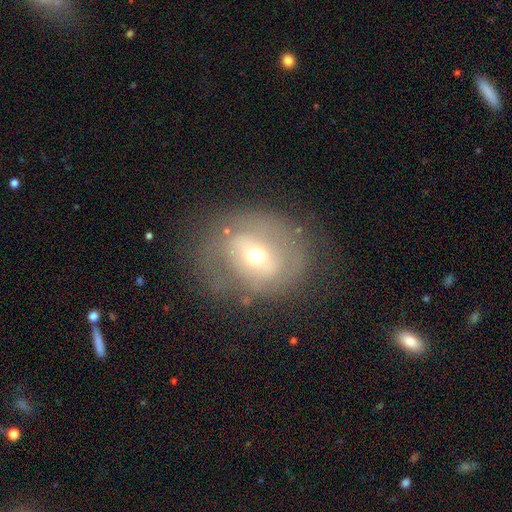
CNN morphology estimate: A featured or disk galaxy (53%).

Vote fractions:
- Smooth or featured? featured or disk: 53% / smooth: 37% / star or artifact: 10%
- Edge-on disk? no: 93% / yes: 7%
- Merging? none: 65% / minor disturbance: 20% / major disturbance: 13% / merger: 2%